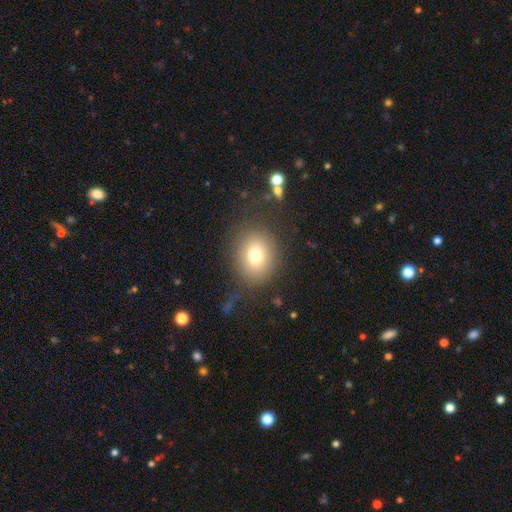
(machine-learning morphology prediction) smooth_or_featured: smooth (p=0.76) [alt: featured or disk p=0.12]
how_rounded: round (p=0.53) [alt: in between p=0.46]
merging: none (p=0.80) [alt: minor disturbance p=0.12]